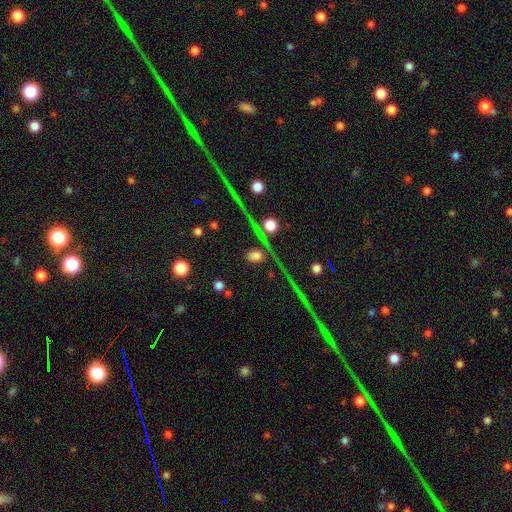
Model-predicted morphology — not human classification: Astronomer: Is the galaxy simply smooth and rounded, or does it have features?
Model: smooth — 65%.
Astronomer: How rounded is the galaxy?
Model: in between — 54% (runner-up: round, 42%).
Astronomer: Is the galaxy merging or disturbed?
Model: none — 76%.